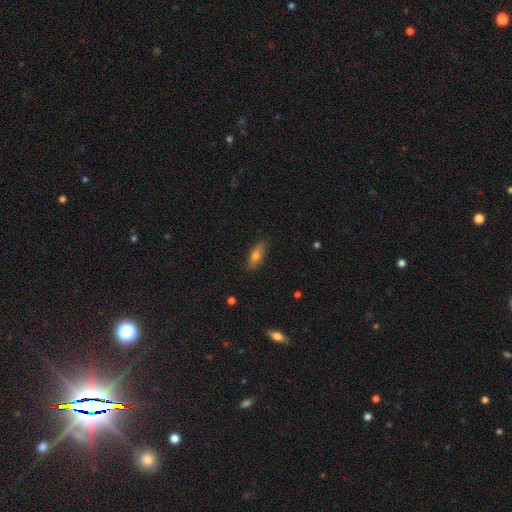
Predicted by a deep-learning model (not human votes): Smooth or featured?
  - smooth: 72% *
  - featured or disk: 21%
  - star or artifact: 7%
How rounded?
  - in between: 72% *
  - cigar-shaped: 25%
  - round: 3%
Merging?
  - none: 85% *
  - minor disturbance: 12%
  - major disturbance: 2%
  - merger: 1%